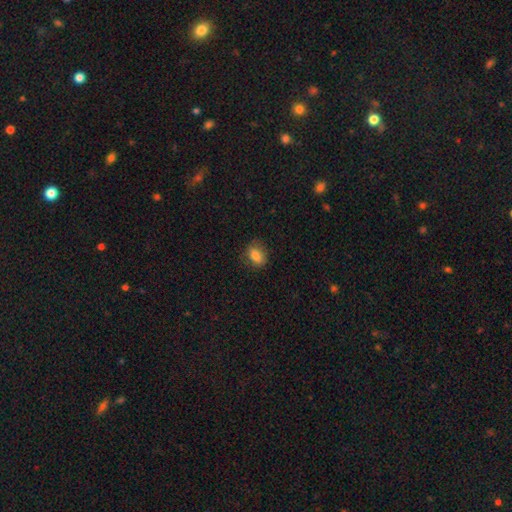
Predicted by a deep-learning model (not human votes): A smooth galaxy with no disk features (83%) that is in between round and cigar-shaped (69%). Merging: none (79%).